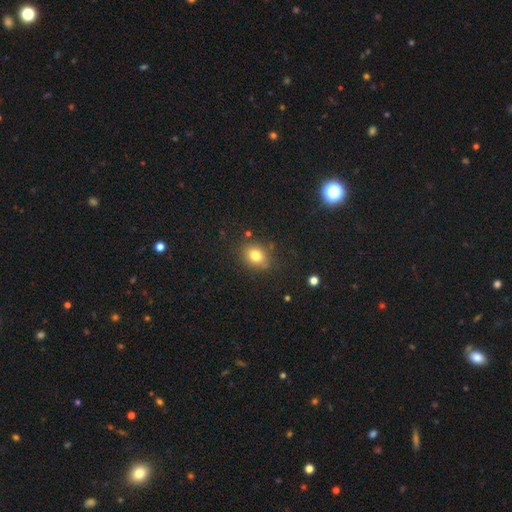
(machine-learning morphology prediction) Overall: smooth (80%). How rounded: round (51%; in between 47%). Merging: none (81%).